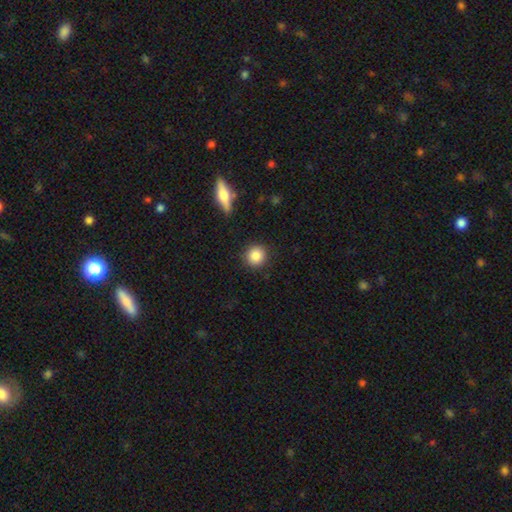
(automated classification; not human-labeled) Smooth or featured? Predicted: smooth (p=0.86). How rounded? Predicted: round (p=0.92). Merging? Predicted: none (p=0.89).